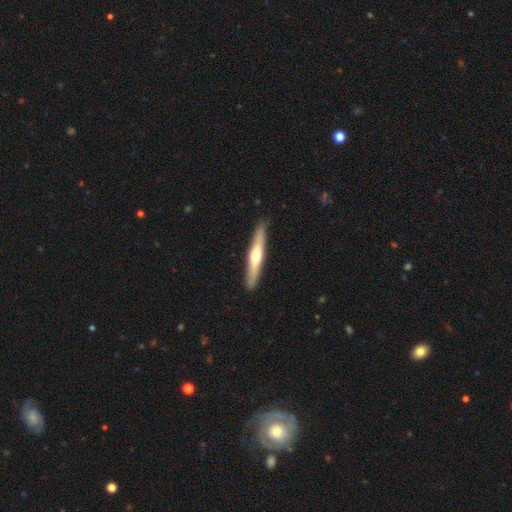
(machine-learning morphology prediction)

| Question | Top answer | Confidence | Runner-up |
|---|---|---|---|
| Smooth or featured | featured or disk | 58% | smooth (37%) |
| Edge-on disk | yes | 95% | no (5%) |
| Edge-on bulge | rounded | 88% | none (9%) |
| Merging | none | 90% | minor disturbance (8%) |